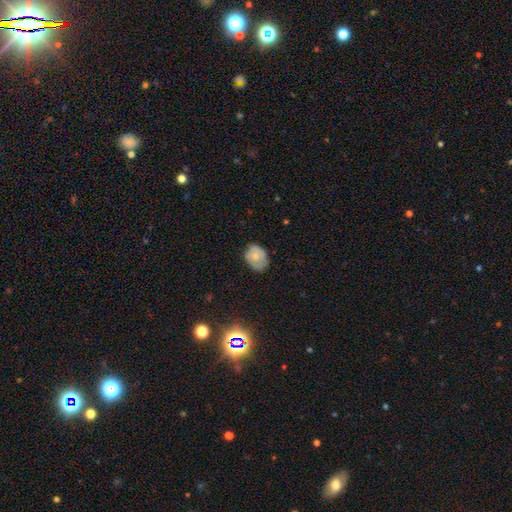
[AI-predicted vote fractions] This is likely a smooth galaxy (72%). How rounded: likely in between (63%). Merging: likely none (65%).